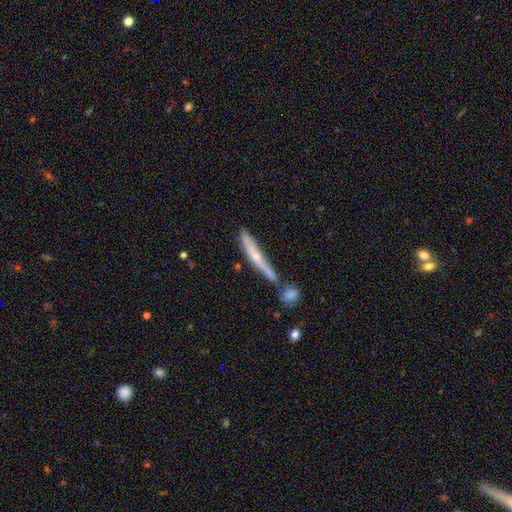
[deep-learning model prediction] smooth_or_featured: featured or disk (p=0.56) [alt: smooth p=0.38]
disk_edge_on: yes (p=0.92) [alt: no p=0.08]
edge_on_bulge: rounded (p=0.67) [alt: none p=0.29]
merging: none (p=0.63) [alt: minor disturbance p=0.17]